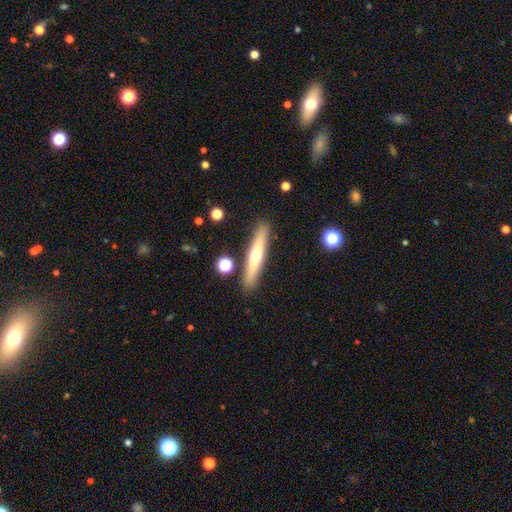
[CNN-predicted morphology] This appears to be a featured or disk galaxy (49%). Merging: none (88%).